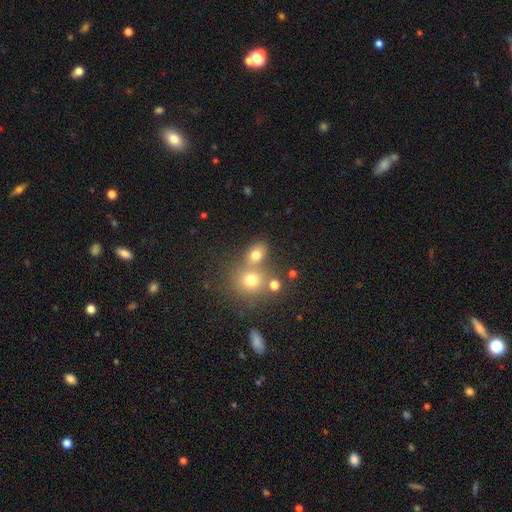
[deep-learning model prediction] The model was most divided on "merging": none: 45%, merger: 41%, minor disturbance: 10%, major disturbance: 5%. More confident: smooth or featured — smooth (66%); how rounded — round (56%).